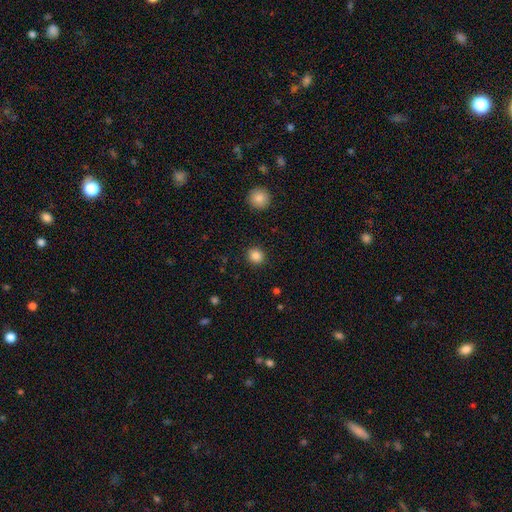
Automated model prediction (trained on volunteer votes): This is clearly a smooth galaxy (86%). How rounded: clearly round (87%). Merging: clearly none (90%).